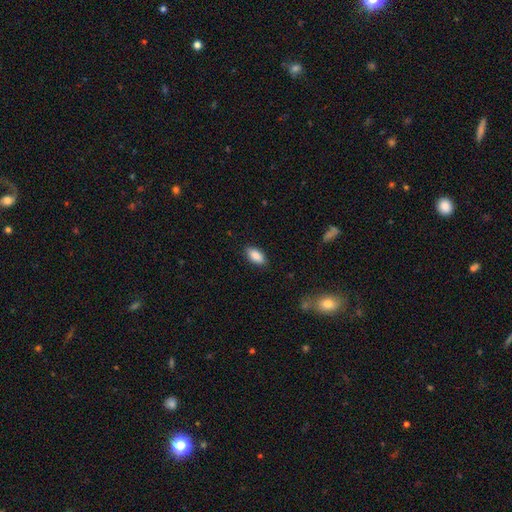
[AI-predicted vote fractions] Morphology: type=smooth (89%); roundness=in between (91%); merging=none (87%).